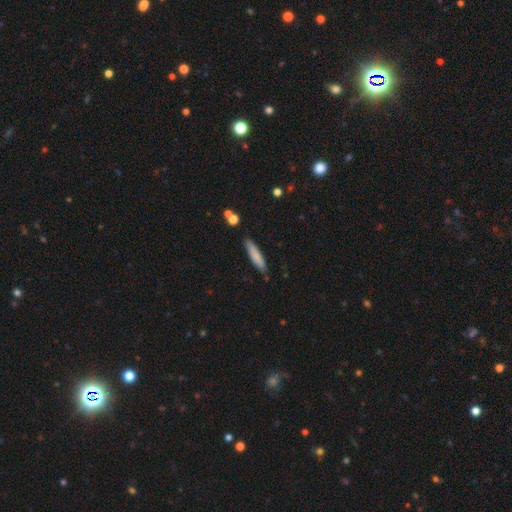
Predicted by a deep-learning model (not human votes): Smooth or featured? Predicted: smooth (p=0.77). How rounded? Predicted: cigar-shaped (p=0.81). Merging? Predicted: none (p=0.82).